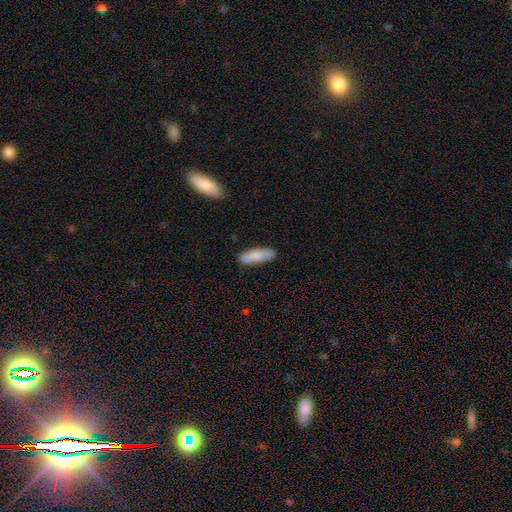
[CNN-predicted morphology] smooth 82%, featured or disk 13%, star or artifact 6%. Down the decision tree: how rounded — cigar-shaped (54%); merging — none (84%).